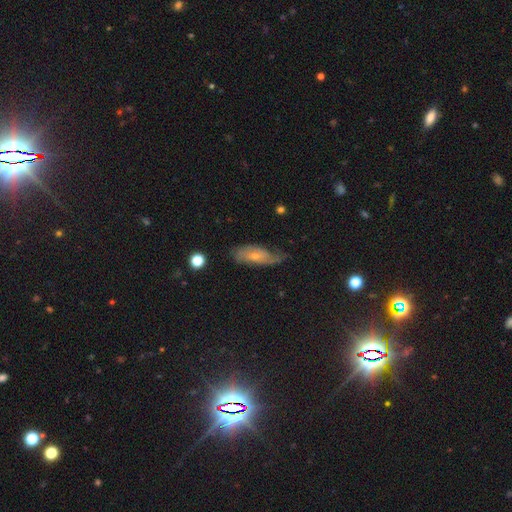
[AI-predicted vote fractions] Overall: featured or disk (52%; smooth 40%). Edge-on disk: no (82%). Merging: none (46%; minor disturbance 35%).